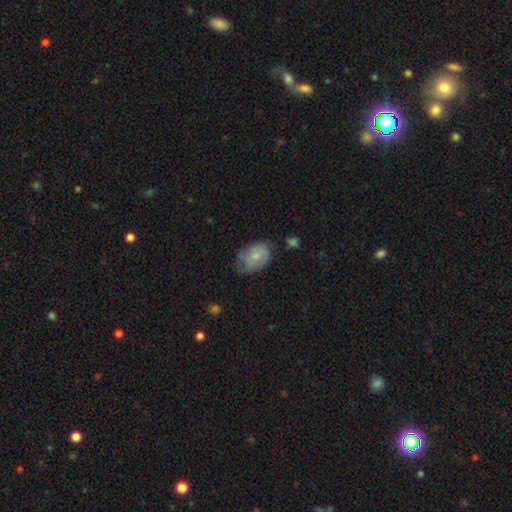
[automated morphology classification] smooth_or_featured: smooth (p=0.64) [alt: featured or disk p=0.28]
how_rounded: in between (p=0.86) [alt: round p=0.13]
merging: none (p=0.50) [alt: minor disturbance p=0.35]